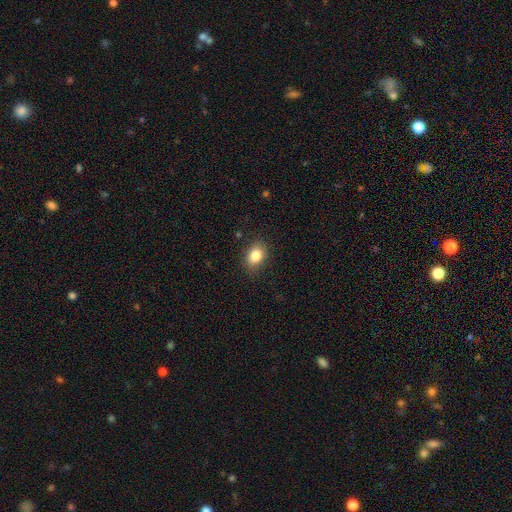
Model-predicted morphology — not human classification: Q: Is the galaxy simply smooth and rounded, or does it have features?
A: smooth — 84%.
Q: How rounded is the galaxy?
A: in between — 68%.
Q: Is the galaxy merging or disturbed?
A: none — 85%.